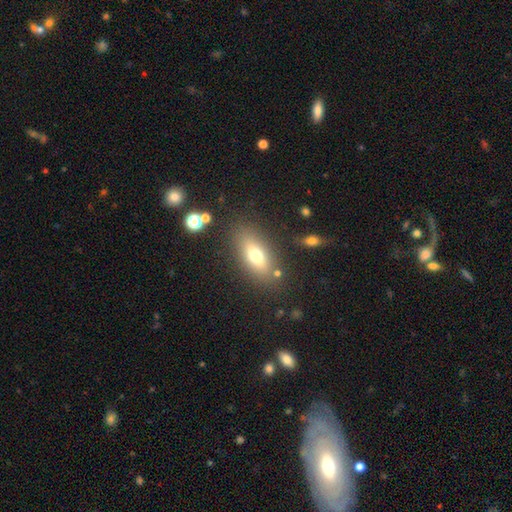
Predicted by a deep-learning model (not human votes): Overall: smooth (68%). How rounded: in between (78%). Merging: none (80%).